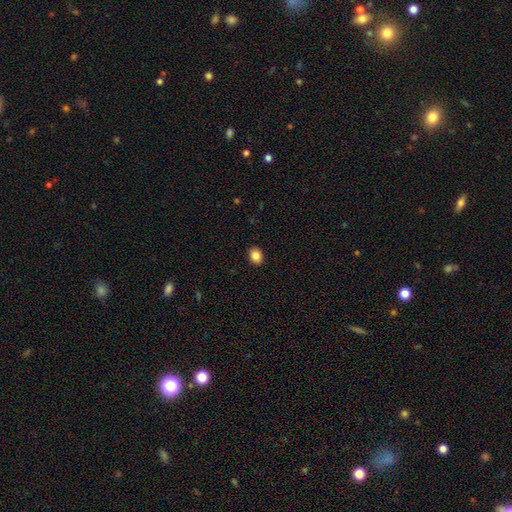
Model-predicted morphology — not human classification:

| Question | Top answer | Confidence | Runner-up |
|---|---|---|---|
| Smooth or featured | smooth | 86% | star or artifact (9%) |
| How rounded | in between | 52% | round (47%) |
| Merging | none | 91% | minor disturbance (6%) |